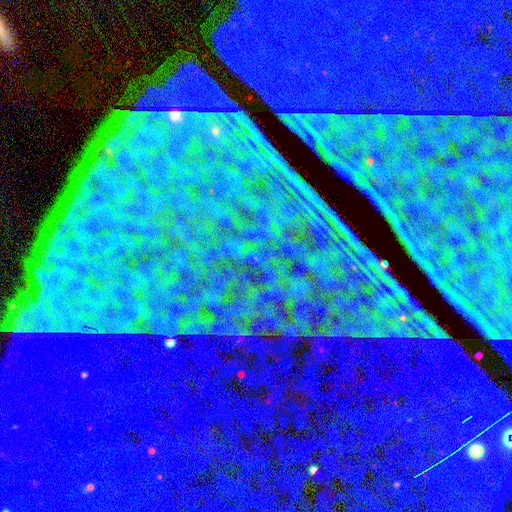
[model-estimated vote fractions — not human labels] smooth_or_featured: star or artifact (p=0.87) [alt: featured or disk p=0.07]